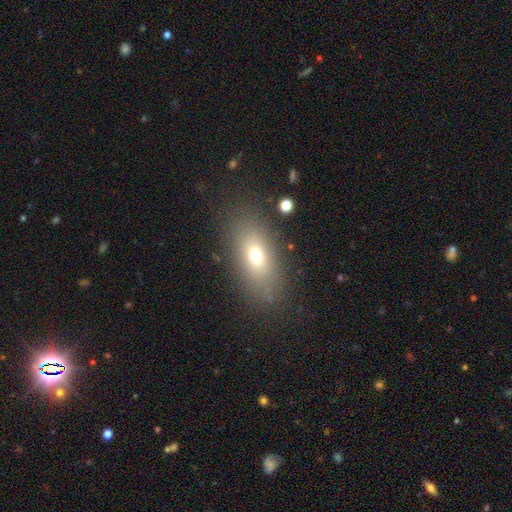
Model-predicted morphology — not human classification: smooth_or_featured: smooth (p=0.68) [alt: featured or disk p=0.19]
how_rounded: in between (p=0.81) [alt: round p=0.11]
merging: none (p=0.80) [alt: minor disturbance p=0.11]